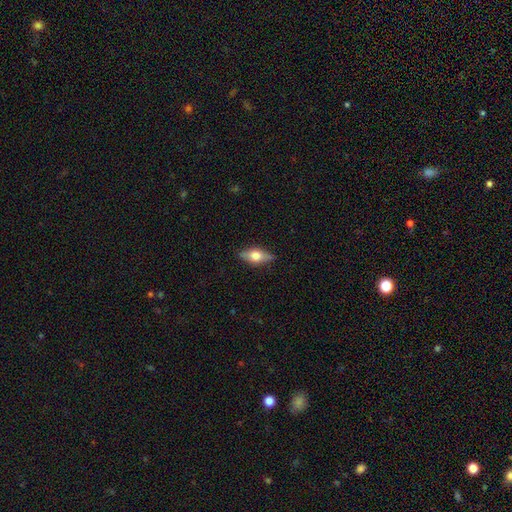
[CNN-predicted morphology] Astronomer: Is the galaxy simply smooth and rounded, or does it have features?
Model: featured or disk — 48% (runner-up: smooth, 45%).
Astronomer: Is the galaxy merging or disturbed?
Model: none — 83%.